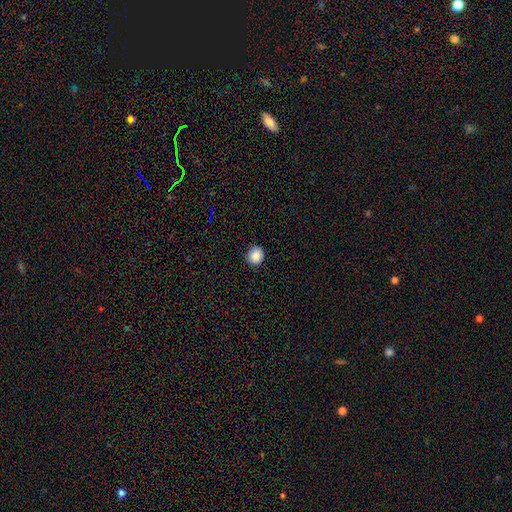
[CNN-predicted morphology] This appears to be a smooth galaxy with no disk features (87%) that is round (85%). Merging: none (89%).